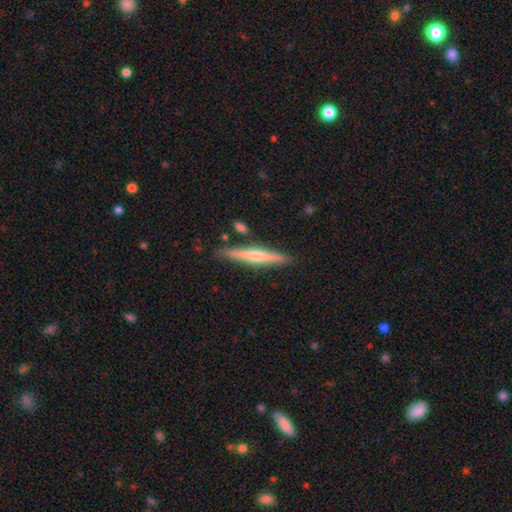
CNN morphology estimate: Smooth or featured: featured or disk — 59% (smooth — 35%)
Edge-on disk: yes — 97% (no — 3%)
Edge-on bulge: rounded — 75% (none — 20%)
Merging: none — 87% (minor disturbance — 9%)